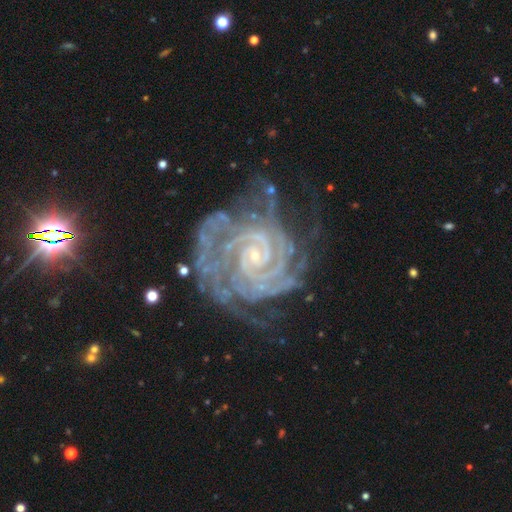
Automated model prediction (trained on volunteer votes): This appears to be a featured or disk galaxy (92%) with no bar (59%), 2 (27%) tight (84%) spiral arms (99%) and a small central bulge (85%). Merging: none (60%).